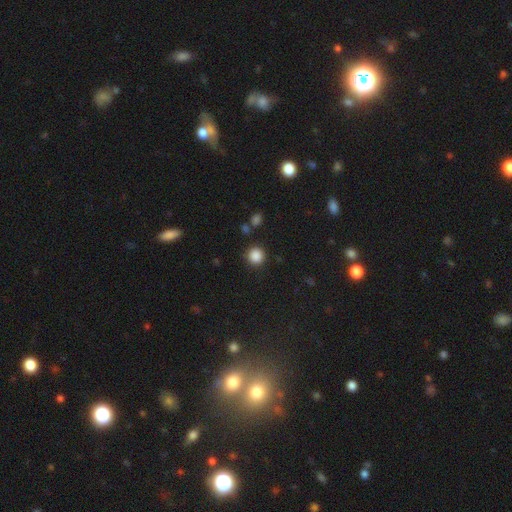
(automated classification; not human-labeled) Q: Smooth or featured?
A: smooth (86%); runner-up: star or artifact (11%)
Q: How rounded?
A: round (93%); runner-up: in between (6%)
Q: Merging?
A: none (85%); runner-up: minor disturbance (8%)